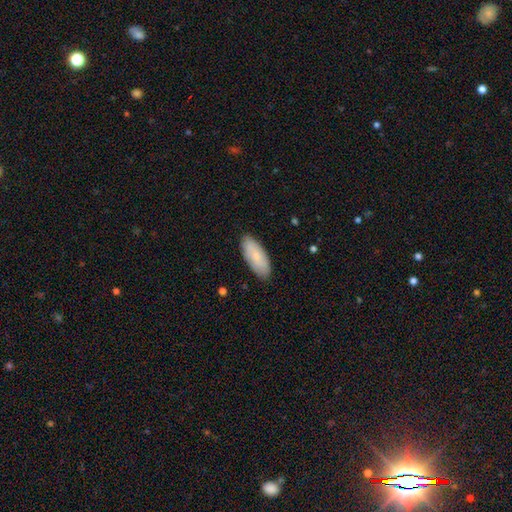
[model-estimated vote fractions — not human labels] smooth_or_featured: smooth (p=0.74) [alt: featured or disk p=0.20]
how_rounded: in between (p=0.85) [alt: cigar-shaped p=0.13]
merging: none (p=0.85) [alt: minor disturbance p=0.12]